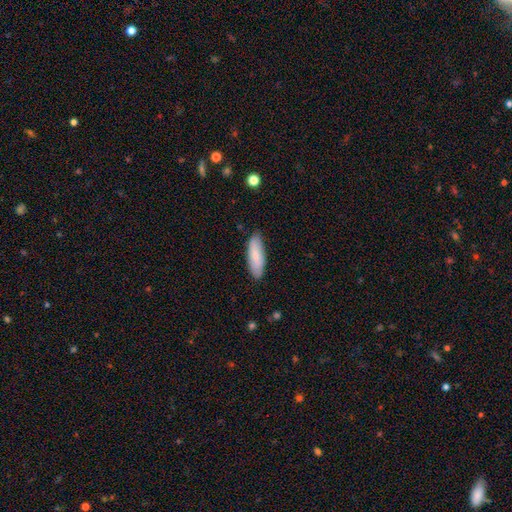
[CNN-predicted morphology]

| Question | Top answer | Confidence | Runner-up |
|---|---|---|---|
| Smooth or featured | smooth | 78% | featured or disk (17%) |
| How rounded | in between | 59% | cigar-shaped (39%) |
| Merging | none | 85% | minor disturbance (12%) |